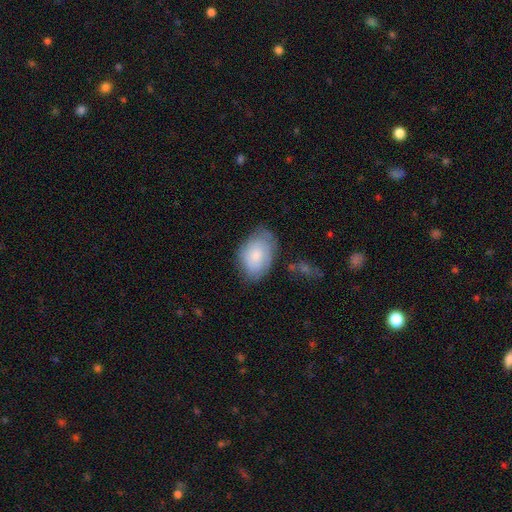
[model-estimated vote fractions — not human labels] Morphology: type=smooth (62%); roundness=in between (86%); merging=none (63%).